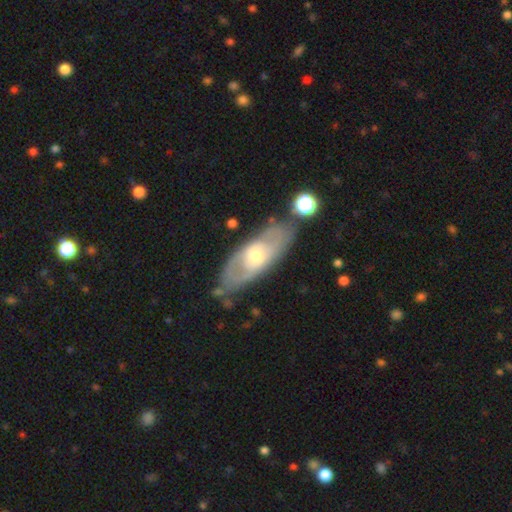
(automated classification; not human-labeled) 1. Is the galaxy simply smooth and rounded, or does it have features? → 63% featured or disk, 31% smooth, 6% star or artifact.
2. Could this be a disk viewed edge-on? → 81% no, 19% yes.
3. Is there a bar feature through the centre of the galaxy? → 77% no, 18% weak, 5% strong.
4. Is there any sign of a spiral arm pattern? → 56% no, 44% yes.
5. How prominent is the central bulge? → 60% moderate, 30% small, 8% large, 1% none, 1% dominant.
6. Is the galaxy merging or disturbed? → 72% none, 17% minor disturbance, 6% major disturbance, 5% merger.